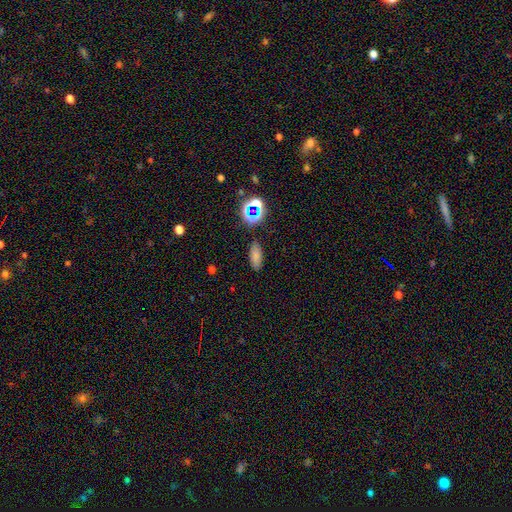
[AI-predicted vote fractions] Smooth or featured? Predicted: smooth (p=0.75). How rounded? Predicted: in between (p=0.72). Merging? Predicted: none (p=0.85).